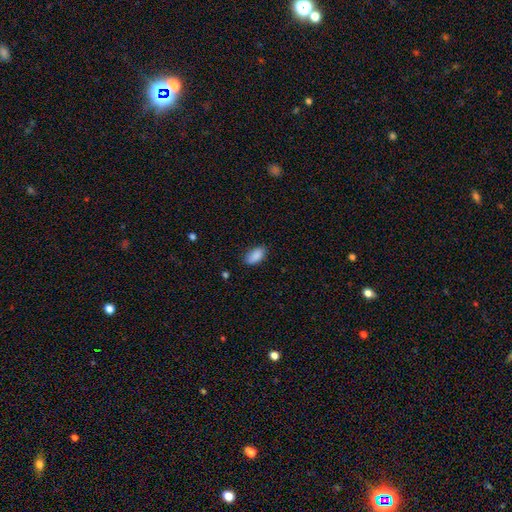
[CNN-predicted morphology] Smooth or featured? smooth (89%)
How rounded? in between (92%)
Merging? none (78%)